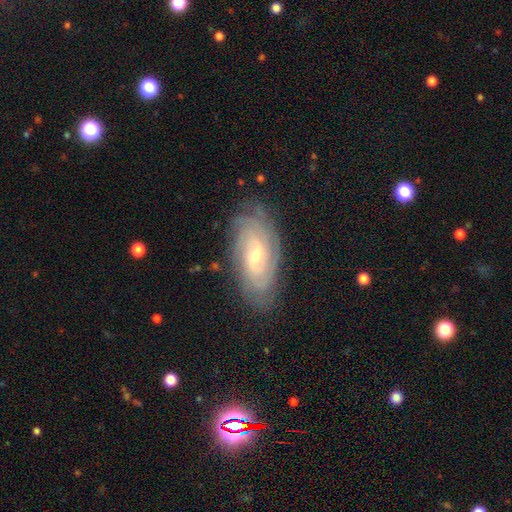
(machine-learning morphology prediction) This appears to be a featured or disk galaxy (82%) with no bar (45%), tight (74%) spiral arms (96%) and a small central bulge (48%). Merging: none (80%).